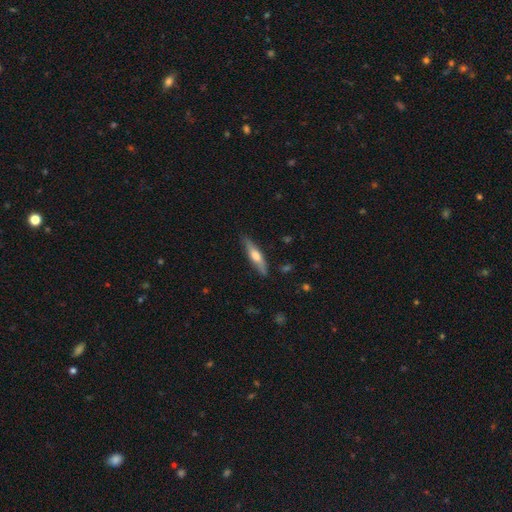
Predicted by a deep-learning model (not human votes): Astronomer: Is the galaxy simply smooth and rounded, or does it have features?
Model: featured or disk — 48% (runner-up: smooth, 46%).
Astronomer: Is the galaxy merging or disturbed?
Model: none — 85%.